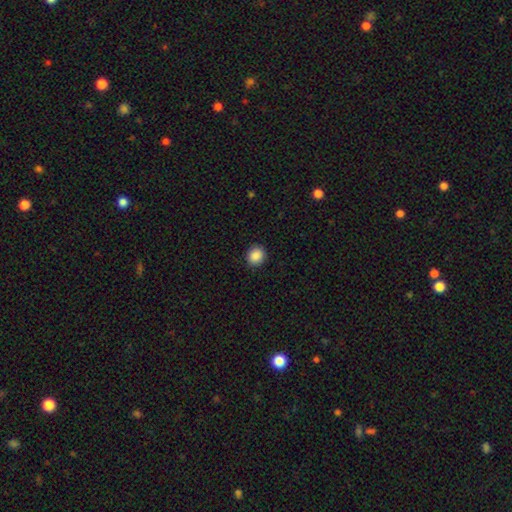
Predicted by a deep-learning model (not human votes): A smooth galaxy with no disk features (88%) that is round (83%).

Vote fractions:
- Smooth or featured? smooth: 88% / star or artifact: 9% / featured or disk: 3%
- How rounded? round: 83% / in between: 16% / cigar-shaped: 1%
- Merging? none: 91% / minor disturbance: 6% / major disturbance: 2% / merger: 1%